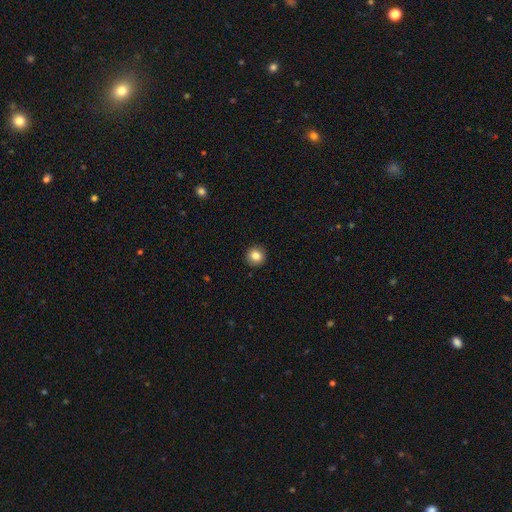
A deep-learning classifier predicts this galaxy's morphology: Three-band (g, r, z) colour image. It shows a smooth galaxy with no disk features (84%) that is round (93%). Merging: none (92%).